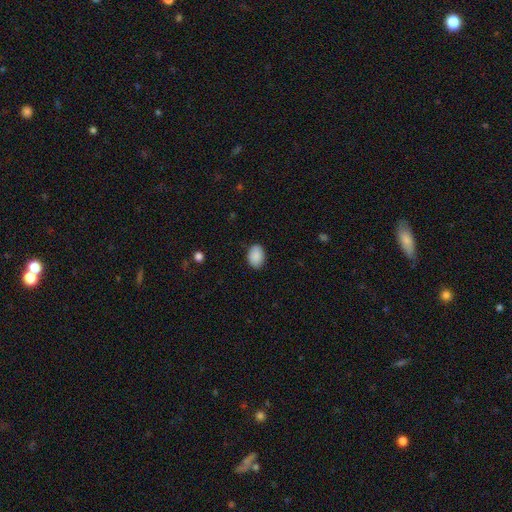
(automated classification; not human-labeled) Smooth or featured? smooth (90%)
How rounded? in between (80%)
Merging? none (86%)